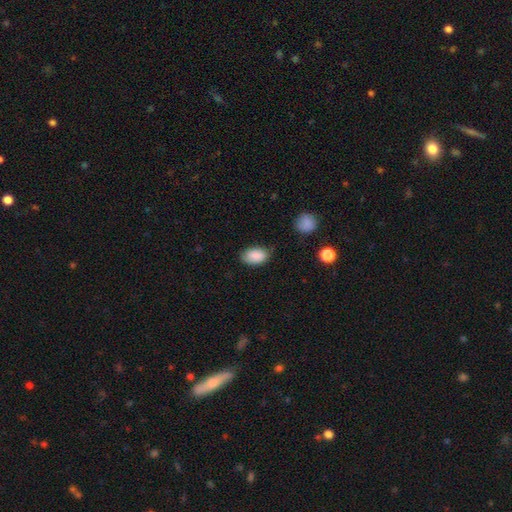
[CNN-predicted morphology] A smooth galaxy with no disk features (88%) that is in between round and cigar-shaped (90%). Merging: none (75%).